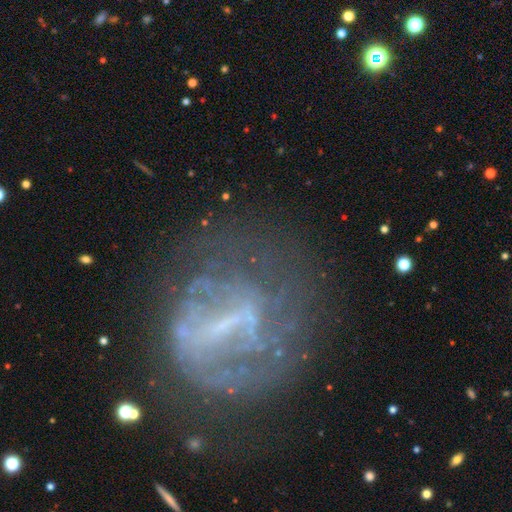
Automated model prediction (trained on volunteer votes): This is likely a featured or disk galaxy (68%). It is clearly not viewed edge-on (94%). Bar: possibly strong (48%). Spiral arm pattern: possibly no (59%). Central bulge: possibly none (50%). Merging: possibly none (55%).